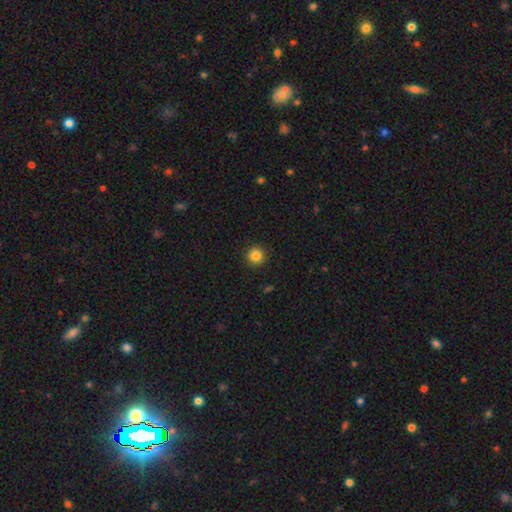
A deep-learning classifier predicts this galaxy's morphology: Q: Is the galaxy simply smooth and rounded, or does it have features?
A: smooth — 85%.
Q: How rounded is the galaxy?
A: round — 95%.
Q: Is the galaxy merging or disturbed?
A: none — 92%.